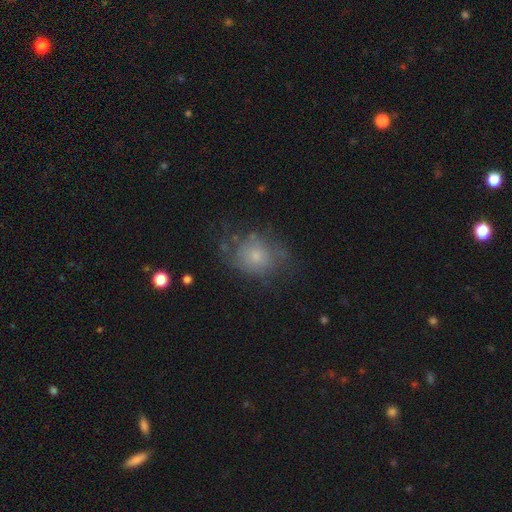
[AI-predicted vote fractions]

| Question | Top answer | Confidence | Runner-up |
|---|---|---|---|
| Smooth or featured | smooth | 56% | featured or disk (33%) |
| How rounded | round | 55% | in between (44%) |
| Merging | none | 50% | minor disturbance (27%) |